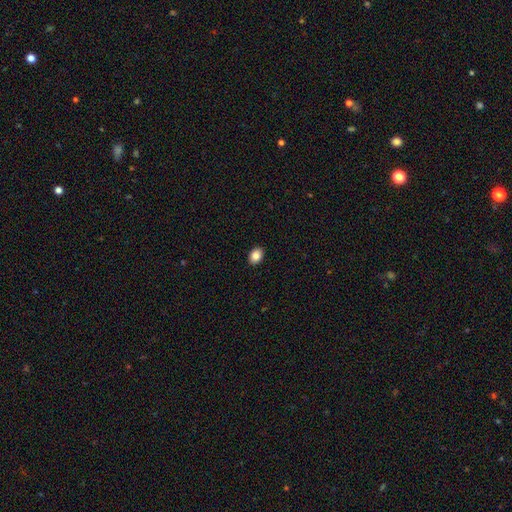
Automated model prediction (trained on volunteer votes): Overall: smooth (86%). How rounded: in between (74%). Merging: none (91%).